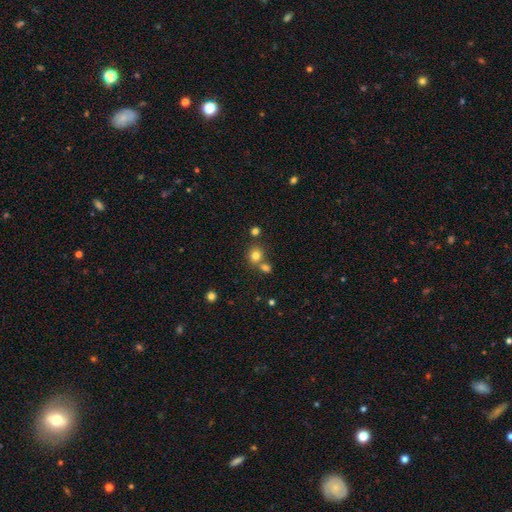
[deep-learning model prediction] Smooth or featured: smooth — 78% (star or artifact — 14%)
How rounded: round — 80% (in between — 19%)
Merging: none — 60% (merger — 28%)